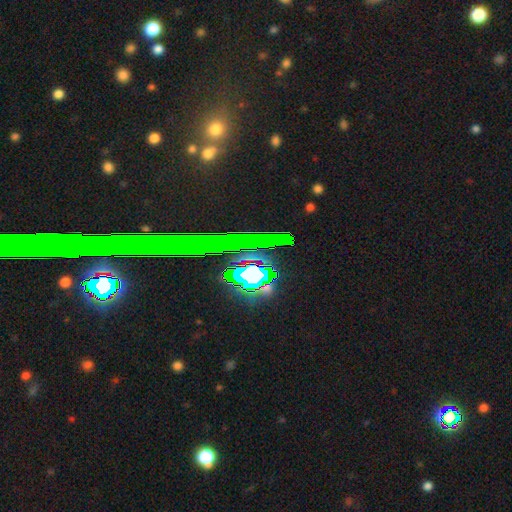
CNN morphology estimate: Smooth or featured?
  - star or artifact: 79% *
  - featured or disk: 11%
  - smooth: 10%